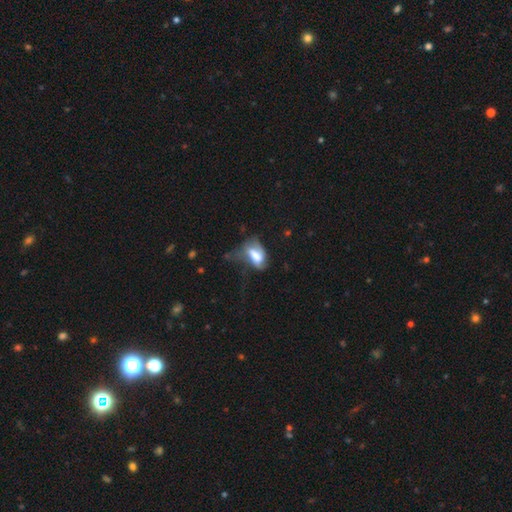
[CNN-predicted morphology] A smooth galaxy with no disk features (55%) that is in between round and cigar-shaped (86%).

Vote fractions:
- Smooth or featured? smooth: 55% / featured or disk: 35% / star or artifact: 10%
- How rounded? in between: 86% / cigar-shaped: 7% / round: 7%
- Merging? major disturbance: 46% / minor disturbance: 26% / none: 21% / merger: 7%